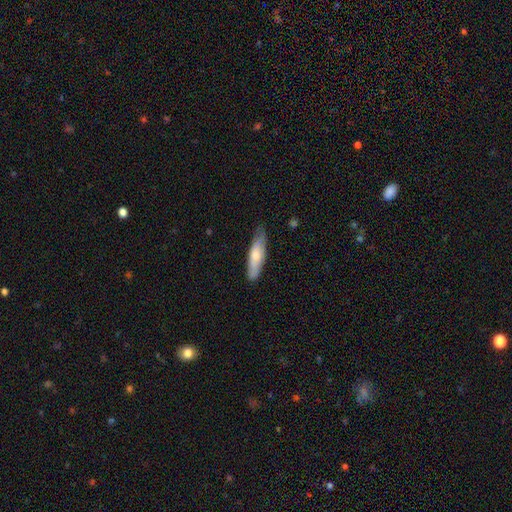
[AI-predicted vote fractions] Overall: smooth (65%; featured or disk 29%). How rounded: cigar-shaped (61%; in between 37%). Merging: none (75%).